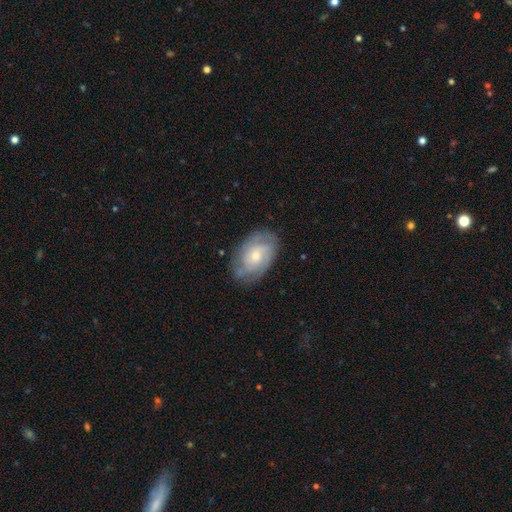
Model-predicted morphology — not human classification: The model was most divided on "spiral arm count": can't tell: 37%, 2: 32%, 3: 17%, 4: 6%, 1: 4%, more than 4: 4%. More confident: edge-on disk — no (96%); spiral arms — yes (87%); merging — none (74%); bar — no (70%); smooth or featured — featured or disk (68%); spiral winding — tight (52%); bulge size — small (52%).